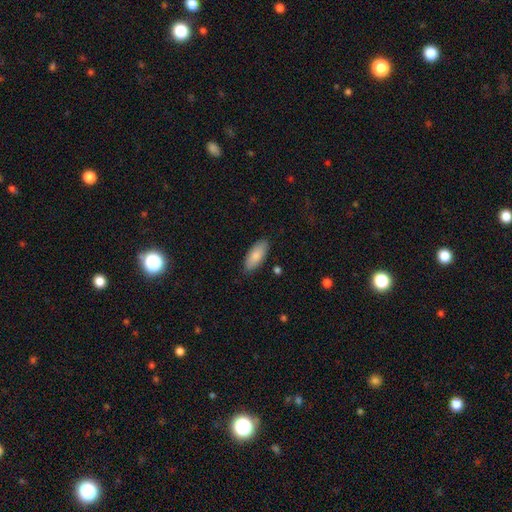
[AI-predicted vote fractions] Smooth or featured?
  - smooth: 85% *
  - featured or disk: 9%
  - star or artifact: 6%
How rounded?
  - in between: 84% *
  - cigar-shaped: 14%
  - round: 2%
Merging?
  - none: 86% *
  - minor disturbance: 11%
  - major disturbance: 2%
  - merger: 1%